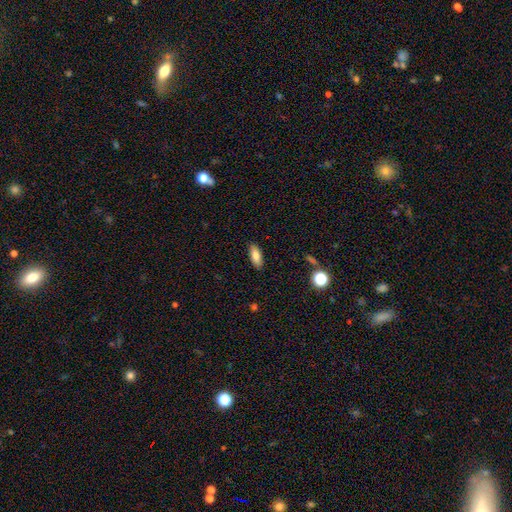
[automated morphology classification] This is clearly a smooth galaxy (82%). How rounded: likely in between (77%). Merging: clearly none (88%).